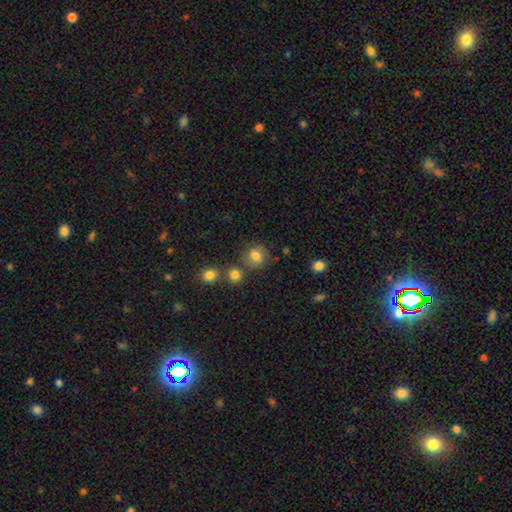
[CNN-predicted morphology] smooth 67%, featured or disk 21%, star or artifact 12%. Down the decision tree: how rounded — round (70%); merging — none (65%).